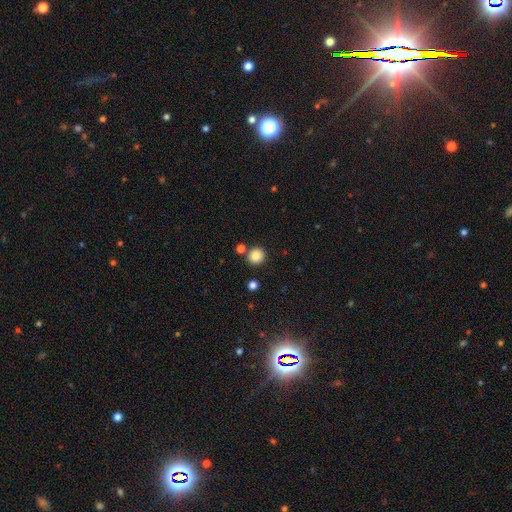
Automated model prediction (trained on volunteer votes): Smooth or featured?
  - smooth: 85% *
  - star or artifact: 11%
  - featured or disk: 5%
How rounded?
  - round: 91% *
  - in between: 8%
  - cigar-shaped: 1%
Merging?
  - none: 82% *
  - merger: 8%
  - minor disturbance: 7%
  - major disturbance: 2%